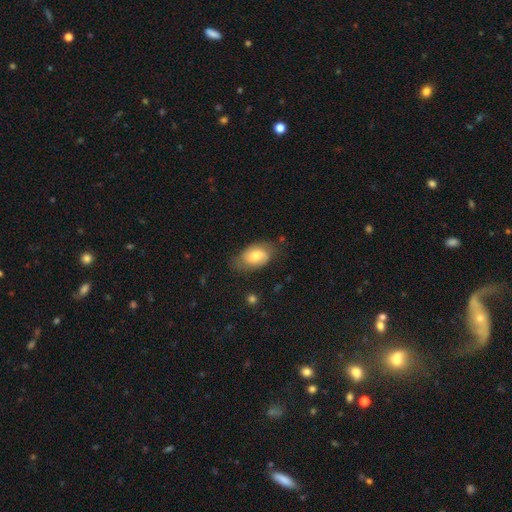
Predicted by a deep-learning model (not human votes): Q: Smooth or featured?
A: smooth (64%); runner-up: featured or disk (28%)
Q: How rounded?
A: in between (89%); runner-up: round (9%)
Q: Merging?
A: none (64%); runner-up: minor disturbance (27%)